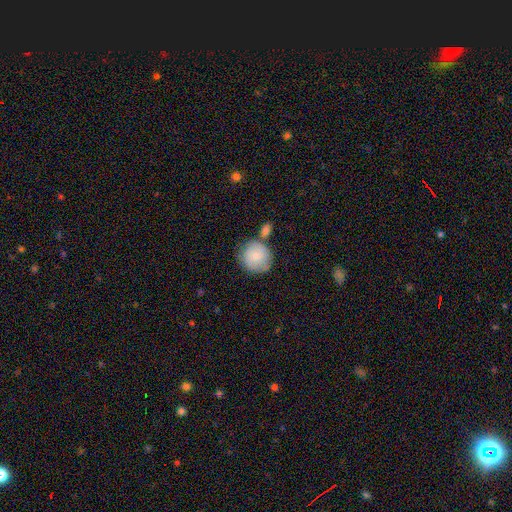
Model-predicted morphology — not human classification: Smooth or featured? smooth (83%)
How rounded? round (89%)
Merging? none (58%)